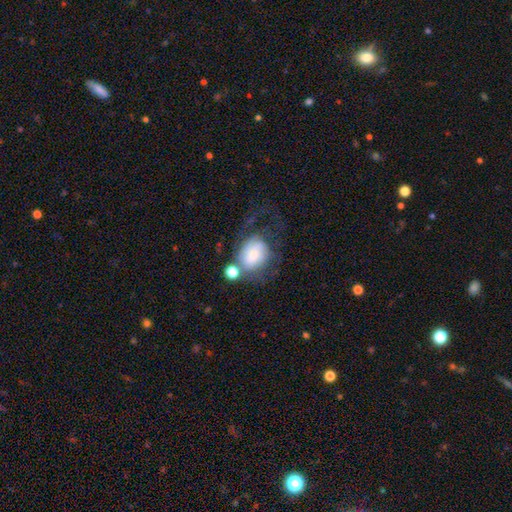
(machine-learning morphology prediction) Smooth or featured: smooth — 52% (featured or disk — 38%)
How rounded: round — 53% (in between — 46%)
Merging: none — 31% (major disturbance — 29%)